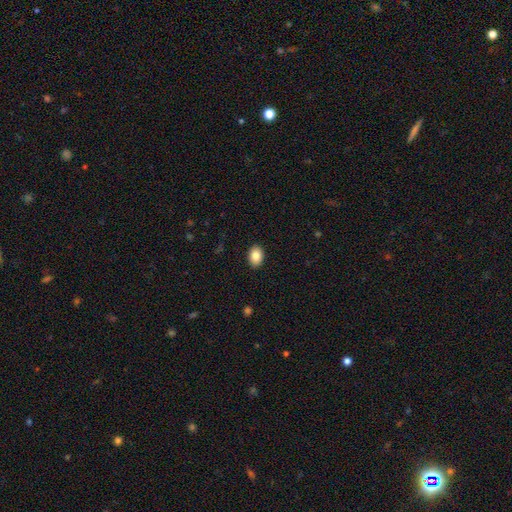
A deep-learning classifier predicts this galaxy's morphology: A smooth galaxy with no disk features (84%) that is in between round and cigar-shaped (78%). Merging: none (91%).